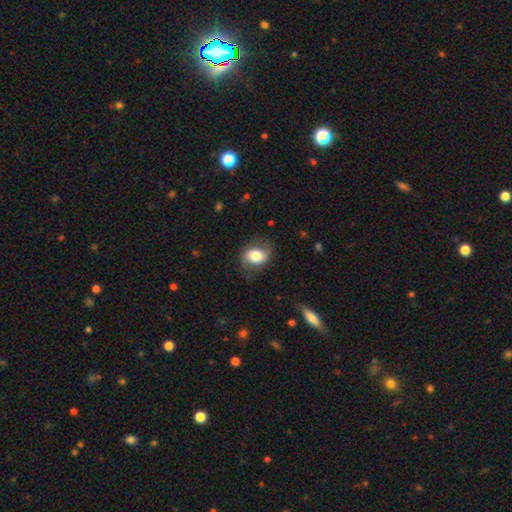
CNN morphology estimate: A smooth galaxy with no disk features (62%) that is in between round and cigar-shaped (66%). Merging: none (71%).